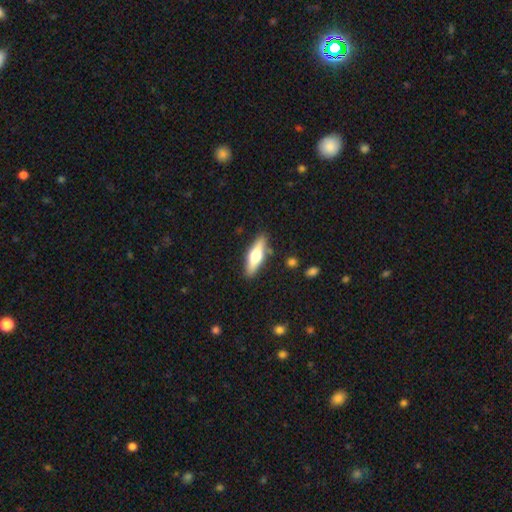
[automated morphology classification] Smooth or featured? smooth (50%)
How rounded? cigar-shaped (54%)
Merging? none (86%)